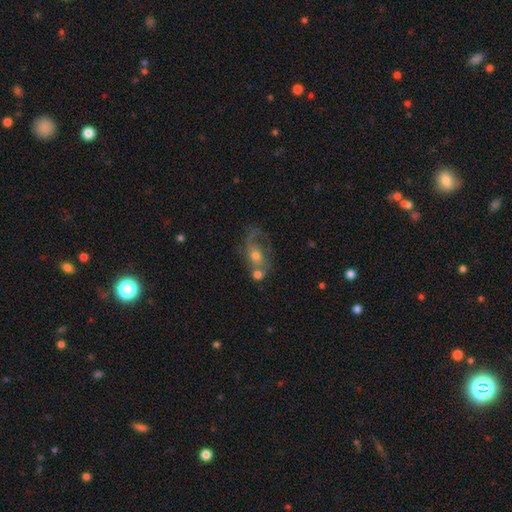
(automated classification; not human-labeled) A featured or disk galaxy (66%) with no bar (72%), spiral arms (79%) and a moderate central bulge (59%).

Vote fractions:
- Smooth or featured? featured or disk: 66% / smooth: 22% / star or artifact: 12%
- Edge-on disk? no: 95% / yes: 5%
- Bar? no: 72% / weak: 23% / strong: 5%
- Spiral arms? yes: 79% / no: 21%
- Bulge size? moderate: 59% / small: 31% / large: 6% / none: 2% / dominant: 2%
- Merging? none: 41% / major disturbance: 22% / merger: 20% / minor disturbance: 18%